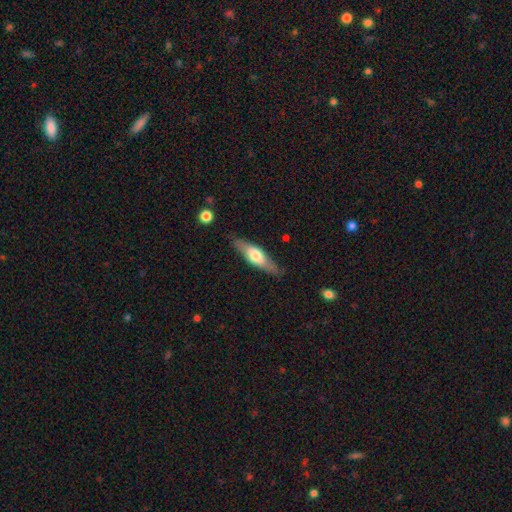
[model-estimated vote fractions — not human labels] This is possibly a smooth galaxy (49%). Merging: clearly none (83%).